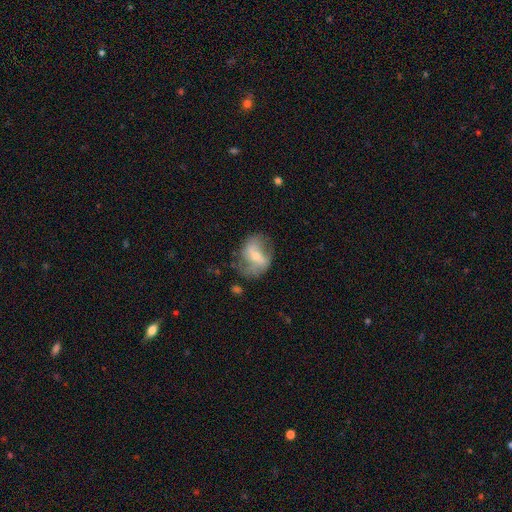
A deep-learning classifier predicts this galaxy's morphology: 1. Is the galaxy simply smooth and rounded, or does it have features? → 64% featured or disk, 29% smooth, 7% star or artifact.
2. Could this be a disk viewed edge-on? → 95% no, 5% yes.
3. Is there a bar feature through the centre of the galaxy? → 38% weak, 36% strong, 27% no.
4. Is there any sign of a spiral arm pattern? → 71% yes, 29% no.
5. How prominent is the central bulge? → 48% moderate, 46% small, 3% large, 2% none, 1% dominant.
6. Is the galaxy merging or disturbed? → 57% none, 25% minor disturbance, 15% major disturbance, 3% merger.